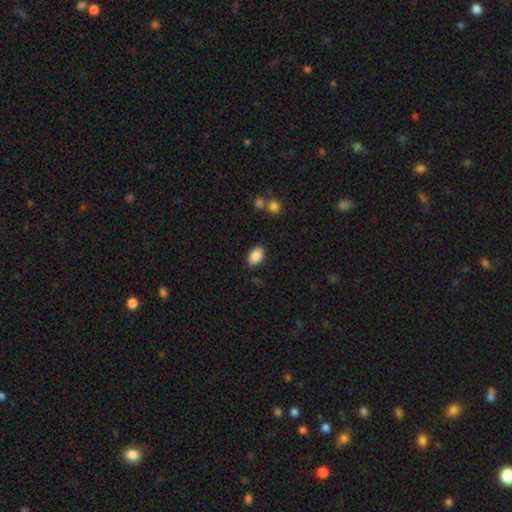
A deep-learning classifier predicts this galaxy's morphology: smooth 88%, star or artifact 8%, featured or disk 4%. Down the decision tree: how rounded — in between (90%); merging — none (84%).